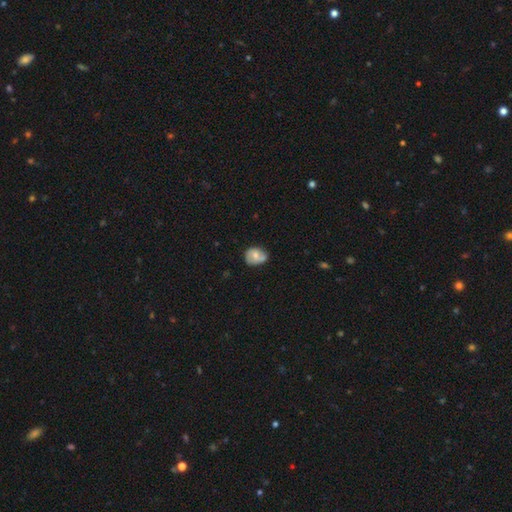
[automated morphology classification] Smooth or featured? smooth (52%)
How rounded? in between (52%)
Merging? none (57%)